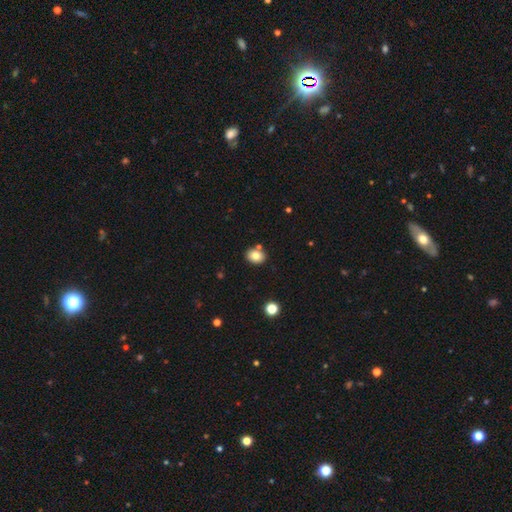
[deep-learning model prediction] Morphology: type=smooth (81%); roundness=in between (55%); merging=none (79%).